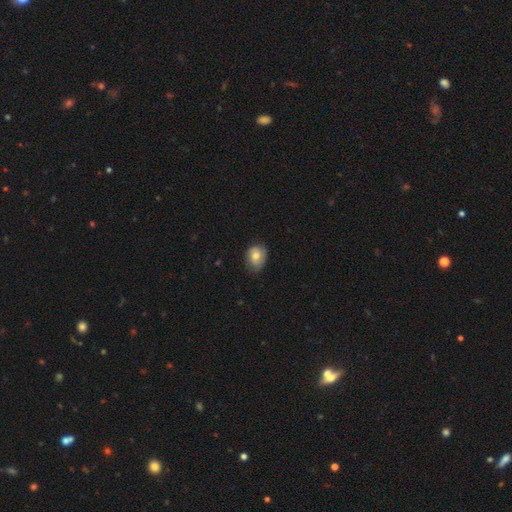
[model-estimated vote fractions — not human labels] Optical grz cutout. It shows a smooth galaxy with no disk features (73%) that is in between round and cigar-shaped (51%). Merging: none (69%).